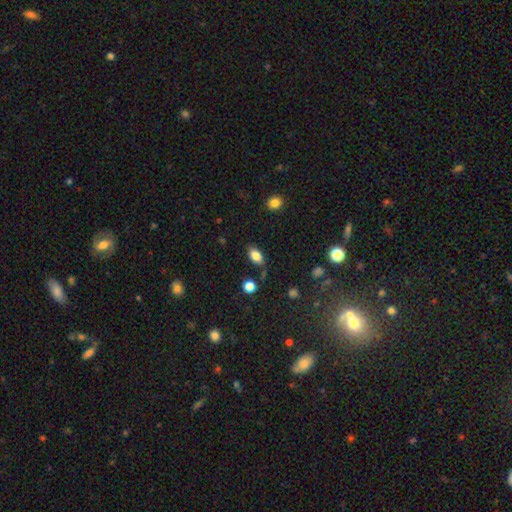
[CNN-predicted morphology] type=smooth (83%); roundness=in between (89%); merging=none (76%).